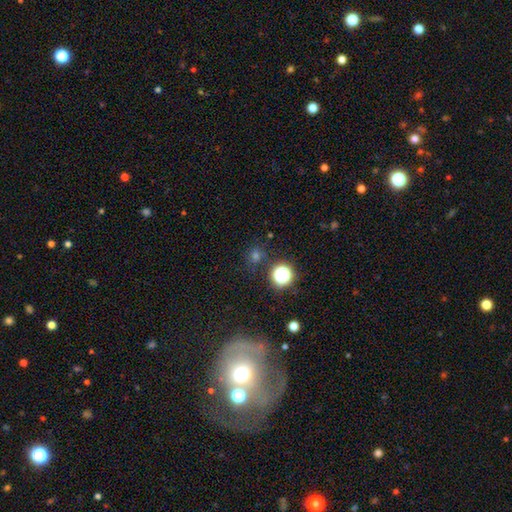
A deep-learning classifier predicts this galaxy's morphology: smooth-or-featured: smooth: 49% | star or artifact: 43% | featured or disk: 9%
  merging: none: 81% | minor disturbance: 9% | merger: 5% | major disturbance: 5%